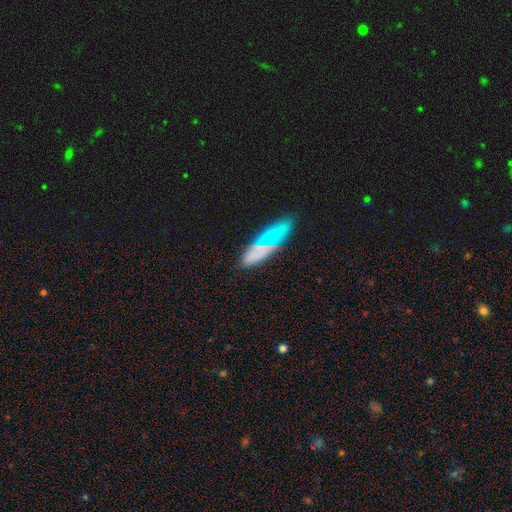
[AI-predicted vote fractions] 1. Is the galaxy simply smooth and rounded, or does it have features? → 64% smooth, 20% featured or disk, 16% star or artifact.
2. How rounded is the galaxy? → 59% in between, 36% cigar-shaped, 5% round.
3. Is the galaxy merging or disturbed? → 80% none, 13% minor disturbance, 3% major disturbance, 3% merger.